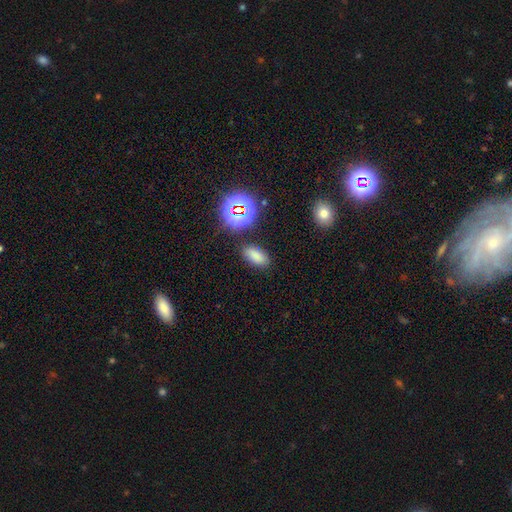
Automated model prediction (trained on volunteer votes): The model was most divided on "smooth or featured": smooth: 75%, star or artifact: 19%, featured or disk: 6%. More confident: how rounded — in between (88%); merging — none (84%).